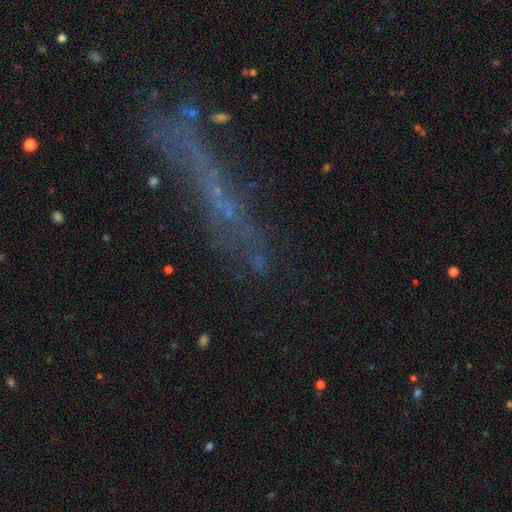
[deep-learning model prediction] A featured or disk galaxy (38%). Merging: none (55%).